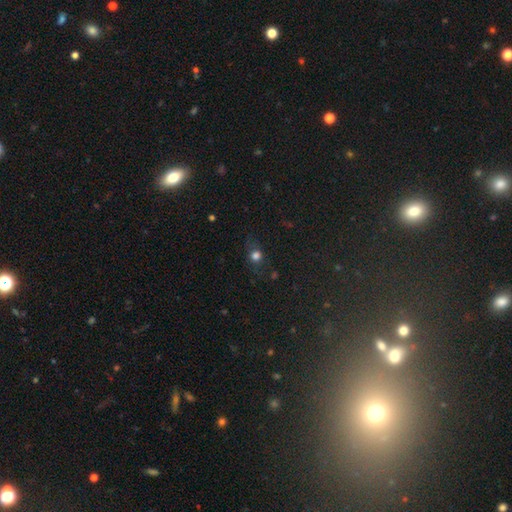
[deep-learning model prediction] Smooth or featured? Predicted: smooth (p=0.67). How rounded? Predicted: round (p=0.71). Merging? Predicted: none (p=0.70).